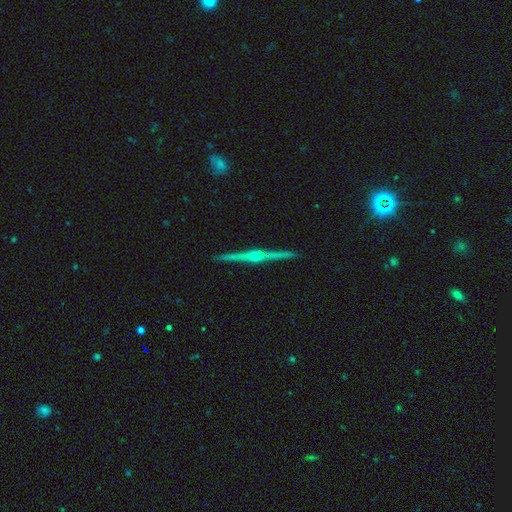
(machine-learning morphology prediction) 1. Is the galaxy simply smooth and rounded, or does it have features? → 83% featured or disk, 10% smooth, 7% star or artifact.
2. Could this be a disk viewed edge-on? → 98% yes, 2% no.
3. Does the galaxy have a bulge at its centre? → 74% rounded, 14% boxy, 12% none.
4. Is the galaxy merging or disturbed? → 92% none, 5% minor disturbance, 1% major disturbance, 1% merger.